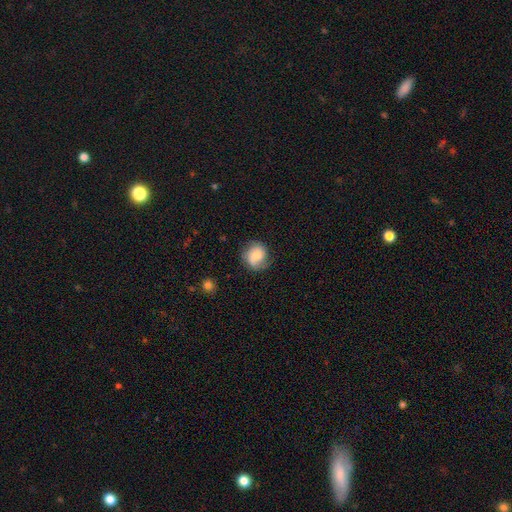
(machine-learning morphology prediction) Smooth or featured?
  - smooth: 56% *
  - featured or disk: 36%
  - star or artifact: 8%
How rounded?
  - round: 77% *
  - in between: 22%
  - cigar-shaped: 1%
Merging?
  - none: 66% *
  - minor disturbance: 22%
  - major disturbance: 9%
  - merger: 2%